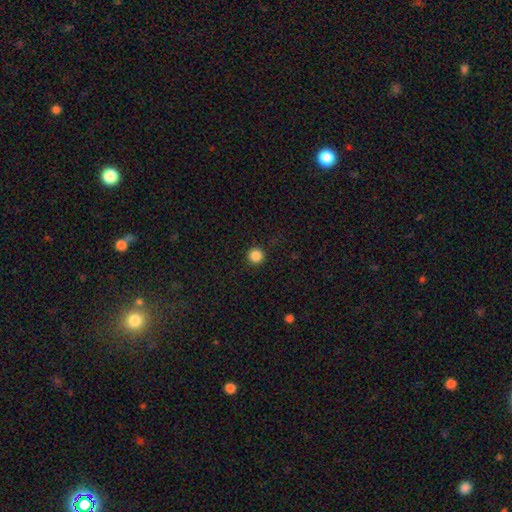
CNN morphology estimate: The model was most divided on "smooth or featured": smooth: 86%, star or artifact: 11%, featured or disk: 3%. More confident: how rounded — round (96%); merging — none (93%).